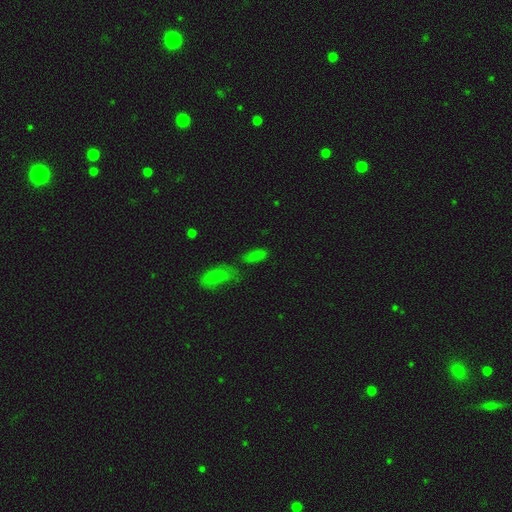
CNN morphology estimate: Smooth or featured? smooth (73%)
How rounded? in between (75%)
Merging? none (58%)